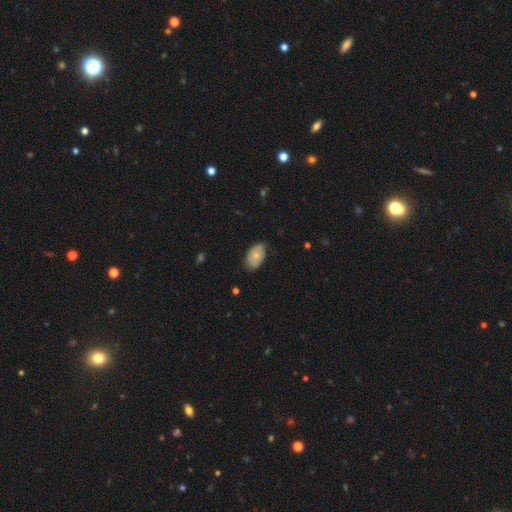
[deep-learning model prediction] Q: Smooth or featured?
A: smooth (59%); runner-up: featured or disk (34%)
Q: How rounded?
A: in between (90%); runner-up: round (8%)
Q: Merging?
A: none (67%); runner-up: minor disturbance (27%)